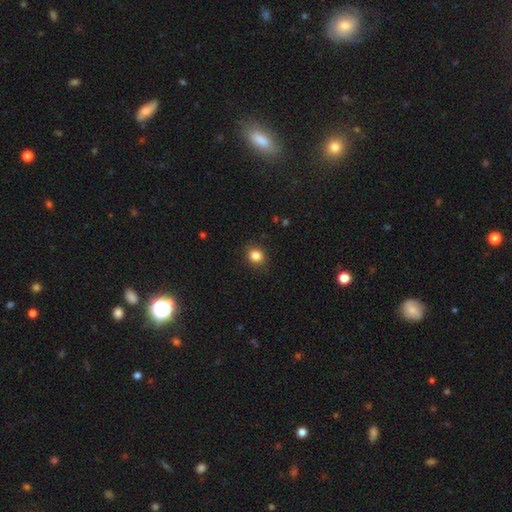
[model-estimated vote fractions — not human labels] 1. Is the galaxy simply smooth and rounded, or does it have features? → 85% smooth, 11% star or artifact, 4% featured or disk.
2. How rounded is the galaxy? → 72% round, 27% in between, 1% cigar-shaped.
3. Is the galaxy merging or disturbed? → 86% none, 10% minor disturbance, 3% major disturbance, 1% merger.